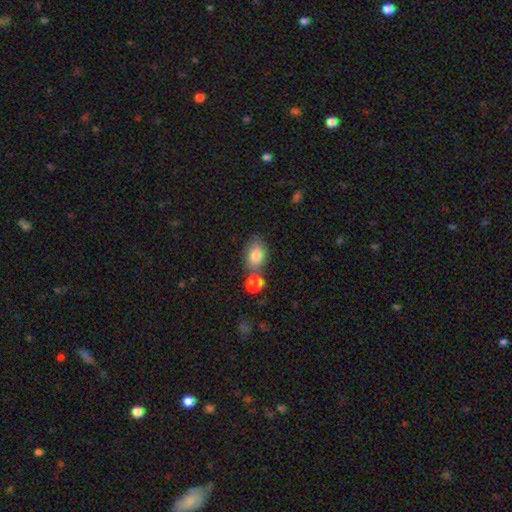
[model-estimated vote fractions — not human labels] smooth_or_featured: smooth (p=0.83) [alt: featured or disk p=0.09]
how_rounded: in between (p=0.80) [alt: round p=0.18]
merging: none (p=0.57) [alt: merger p=0.22]